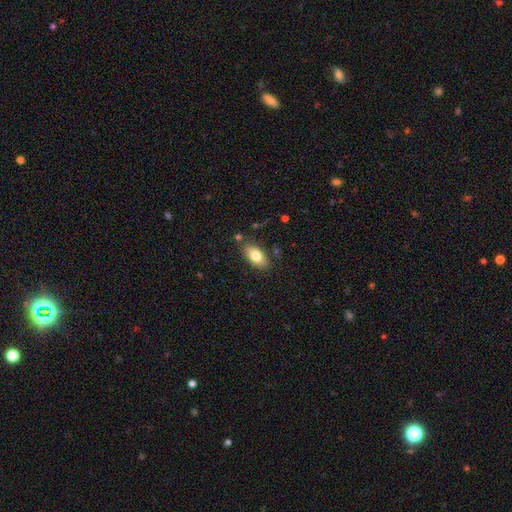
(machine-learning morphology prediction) A smooth galaxy with no disk features (79%) that is in between round and cigar-shaped (92%).

Vote fractions:
- Smooth or featured? smooth: 79% / featured or disk: 14% / star or artifact: 7%
- How rounded? in between: 92% / round: 5% / cigar-shaped: 4%
- Merging? none: 82% / minor disturbance: 12% / merger: 3% / major disturbance: 3%